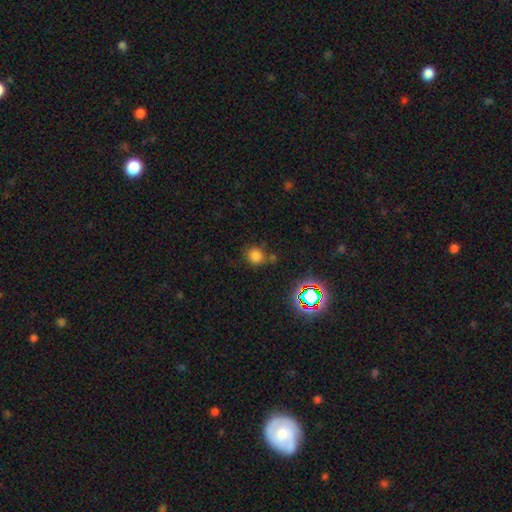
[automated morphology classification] This appears to be a smooth galaxy with no disk features (75%) that is round (86%). Merging: none (68%).